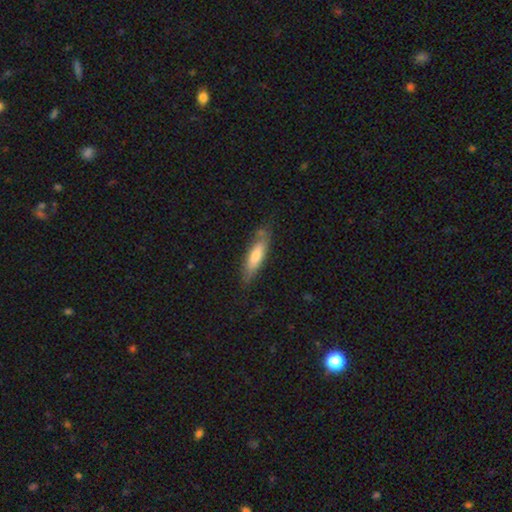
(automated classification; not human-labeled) The model was most divided on "how rounded": cigar-shaped: 67%, in between: 31%, round: 2%. More confident: merging — none (73%); smooth or featured — smooth (65%).